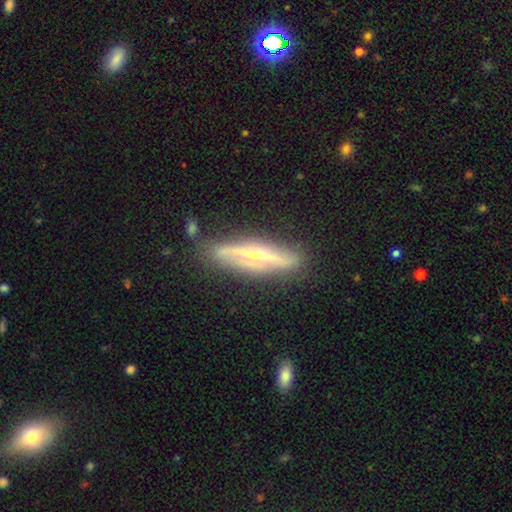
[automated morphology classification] type=featured or disk (76%); edge-on=yes (89%); edge-on bulge=rounded (82%); merging=none (82%).